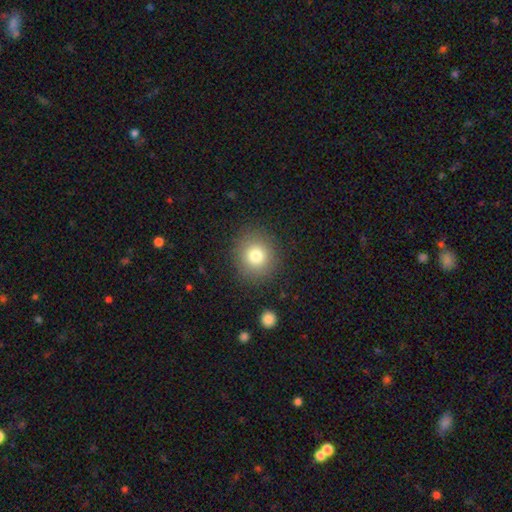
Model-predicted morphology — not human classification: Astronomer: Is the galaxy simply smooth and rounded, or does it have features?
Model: smooth — 79%.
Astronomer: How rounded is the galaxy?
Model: round — 88%.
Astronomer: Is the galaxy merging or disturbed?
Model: none — 88%.